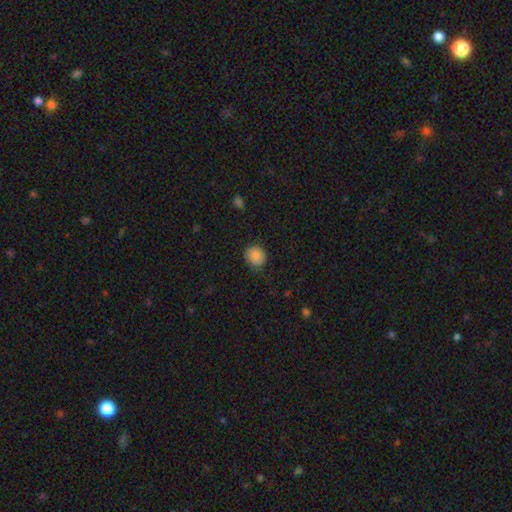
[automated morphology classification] Smooth or featured: smooth — 87% (star or artifact — 8%)
How rounded: round — 75% (in between — 24%)
Merging: none — 78% (minor disturbance — 17%)